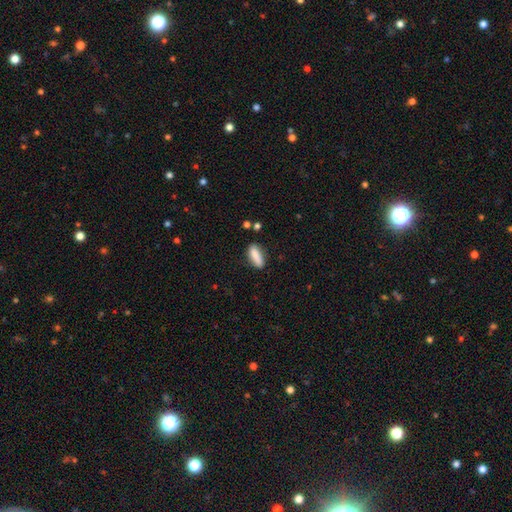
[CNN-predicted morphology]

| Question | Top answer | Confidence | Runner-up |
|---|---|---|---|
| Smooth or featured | smooth | 84% | featured or disk (9%) |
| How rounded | in between | 62% | cigar-shaped (36%) |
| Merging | none | 75% | minor disturbance (17%) |